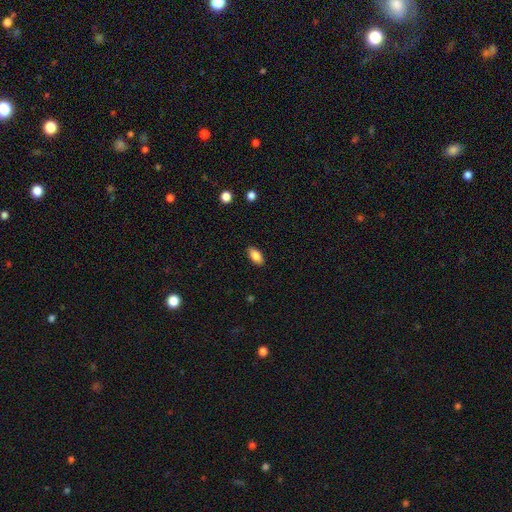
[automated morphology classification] Smooth or featured? Predicted: smooth (p=0.85). How rounded? Predicted: in between (p=0.90). Merging? Predicted: none (p=0.89).